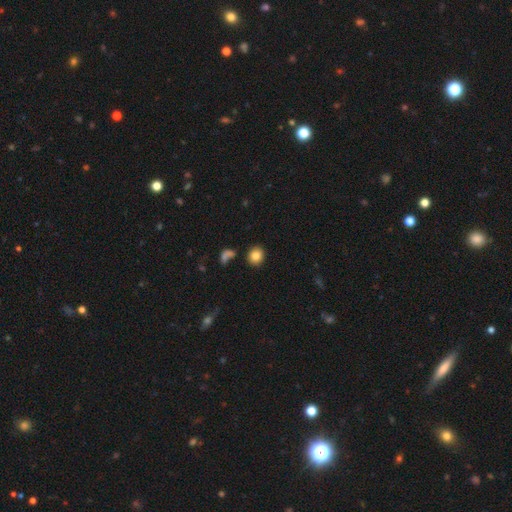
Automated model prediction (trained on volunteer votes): Smooth or featured?
  - smooth: 83% *
  - star or artifact: 10%
  - featured or disk: 7%
How rounded?
  - round: 80% *
  - in between: 19%
  - cigar-shaped: 1%
Merging?
  - none: 83% *
  - minor disturbance: 9%
  - merger: 5%
  - major disturbance: 3%